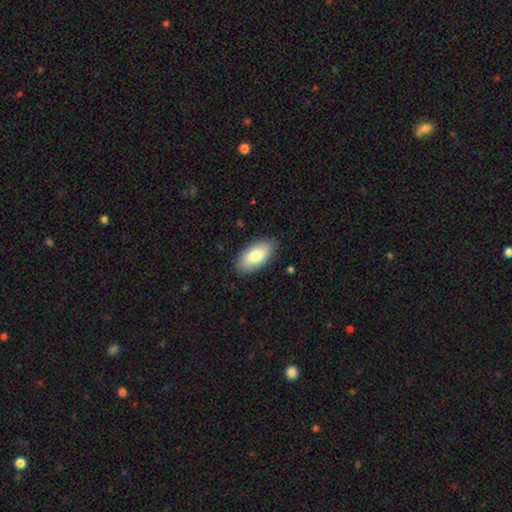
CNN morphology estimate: smooth 78%, featured or disk 16%, star or artifact 6%. Down the decision tree: how rounded — in between (93%); merging — none (86%).